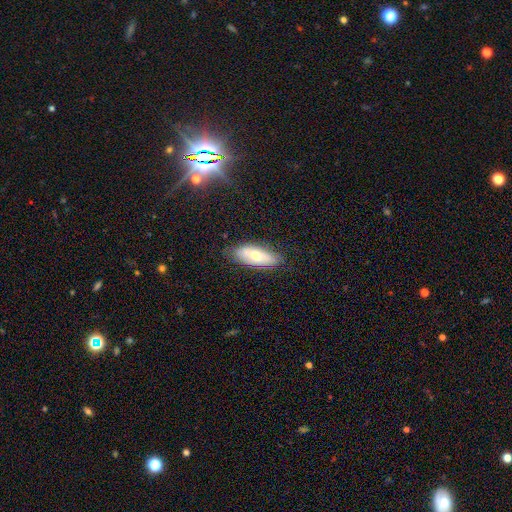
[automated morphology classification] smooth-or-featured: smooth: 56% | featured or disk: 37% | star or artifact: 7%
  how-rounded: in between: 78% | cigar-shaped: 20% | round: 3%
  merging: none: 77% | minor disturbance: 18% | major disturbance: 4% | merger: 1%